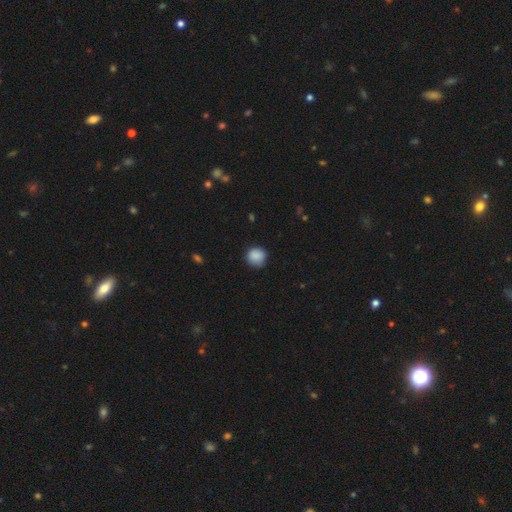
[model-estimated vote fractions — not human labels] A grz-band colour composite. It shows a smooth galaxy with no disk features (88%) that is round (90%). Merging: none (83%).